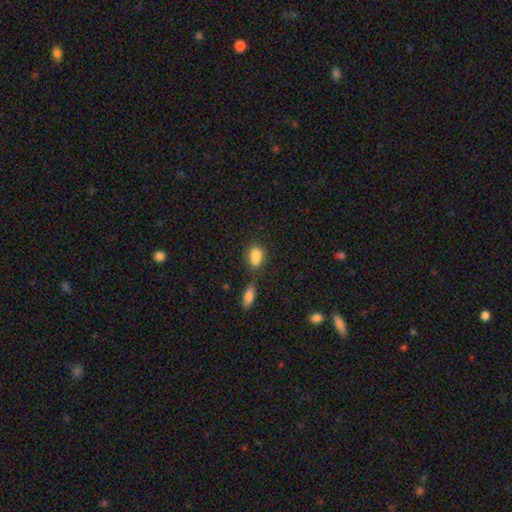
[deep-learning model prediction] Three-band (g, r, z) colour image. It shows a smooth galaxy with no disk features (80%) that is in between round and cigar-shaped (67%). Merging: merger (46%).